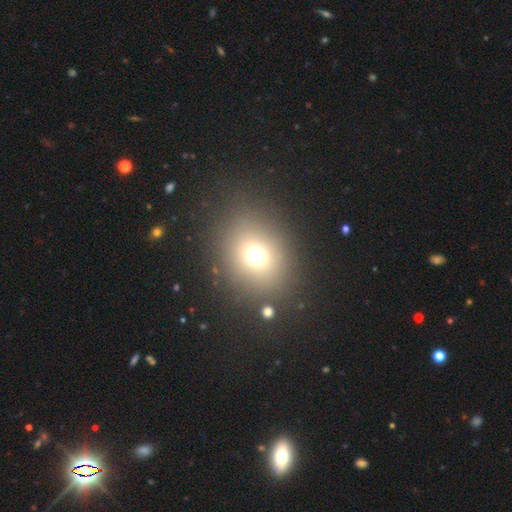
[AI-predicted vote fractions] Overall: smooth (69%). How rounded: round (62%; in between 37%). Merging: none (81%).